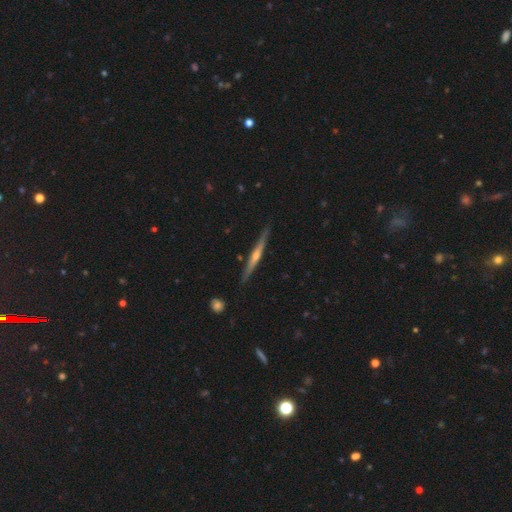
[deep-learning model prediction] Morphology: type=featured or disk (77%); edge-on=yes (98%); edge-on bulge=rounded (81%); merging=none (90%).